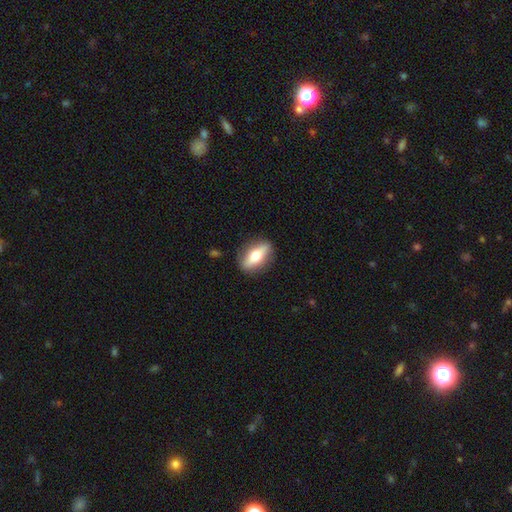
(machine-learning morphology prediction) The model was most divided on "smooth or featured": smooth: 47%, featured or disk: 46%, star or artifact: 6%. More confident: merging — none (86%).